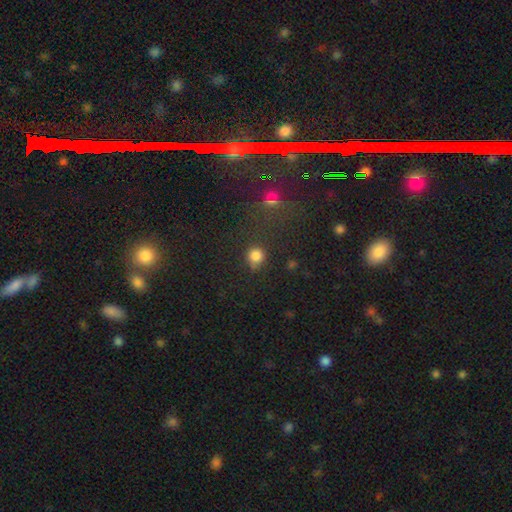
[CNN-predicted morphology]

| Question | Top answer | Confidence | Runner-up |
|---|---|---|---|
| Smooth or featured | smooth | 80% | star or artifact (15%) |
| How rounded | round | 85% | in between (14%) |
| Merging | none | 72% | minor disturbance (17%) |